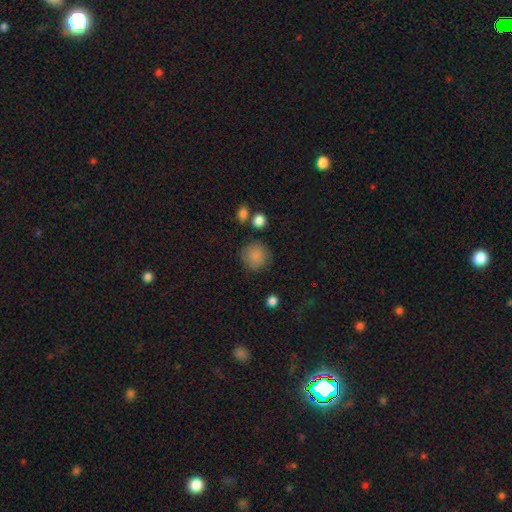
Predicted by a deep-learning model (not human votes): Smooth or featured? Predicted: smooth (p=0.84). How rounded? Predicted: round (p=0.90). Merging? Predicted: none (p=0.81).